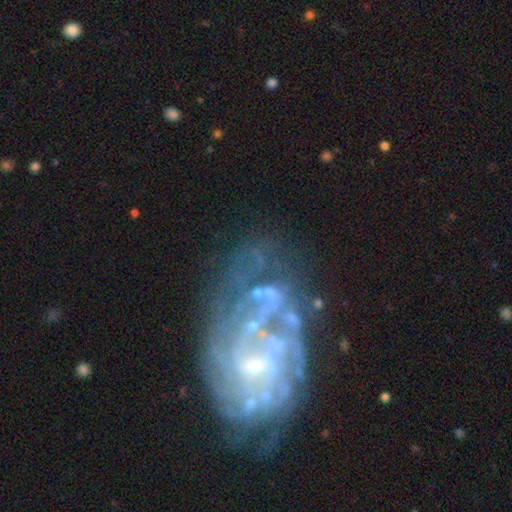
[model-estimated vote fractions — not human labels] This appears to be a featured or disk galaxy (77%) with no bar (61%), tight (47%) spiral arms (68%) and a small central bulge (68%). Merging: none (47%).